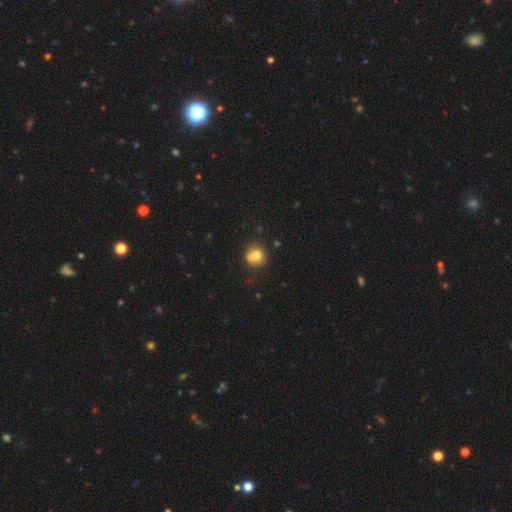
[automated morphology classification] smooth-or-featured: smooth: 74% | featured or disk: 16% | star or artifact: 11%
  how-rounded: round: 87% | in between: 12% | cigar-shaped: 1%
  merging: none: 56% | merger: 26% | minor disturbance: 14% | major disturbance: 4%